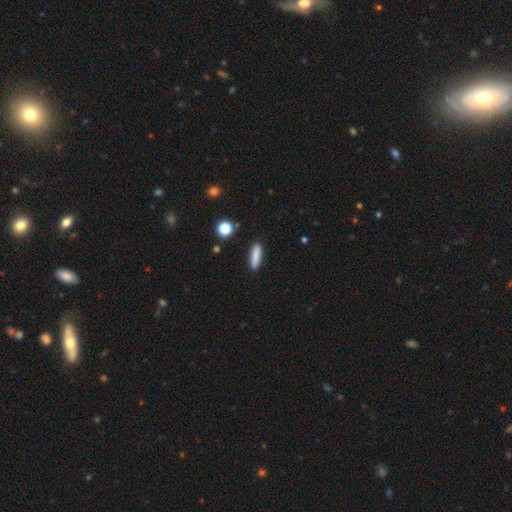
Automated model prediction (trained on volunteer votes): Smooth or featured? smooth (84%)
How rounded? cigar-shaped (72%)
Merging? none (88%)